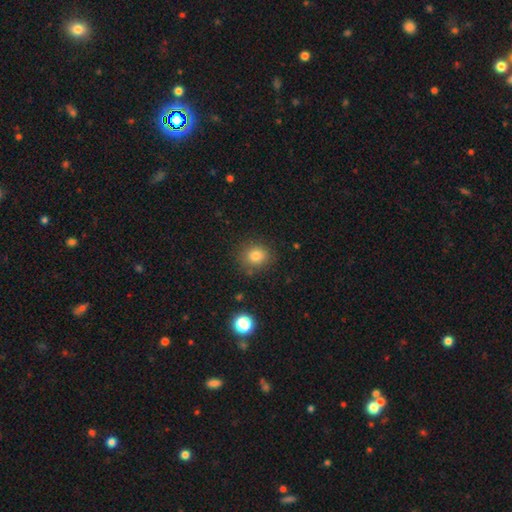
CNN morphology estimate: Smooth or featured: smooth — 81% (star or artifact — 12%)
How rounded: round — 79% (in between — 20%)
Merging: none — 84% (minor disturbance — 11%)